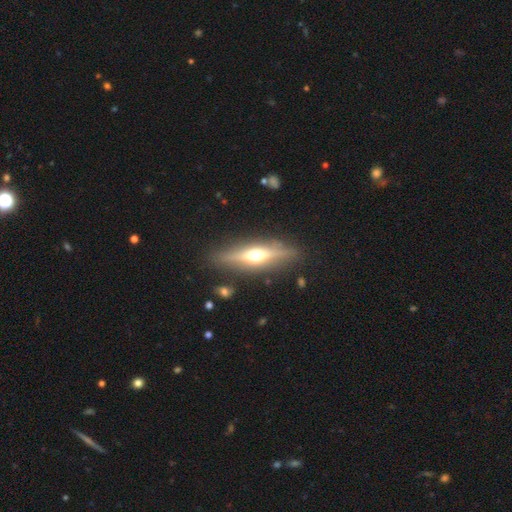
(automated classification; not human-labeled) This is likely a featured or disk galaxy (64%). It is clearly viewed edge-on (91%). Edge-on bulge: clearly rounded (94%). Merging: clearly none (85%).